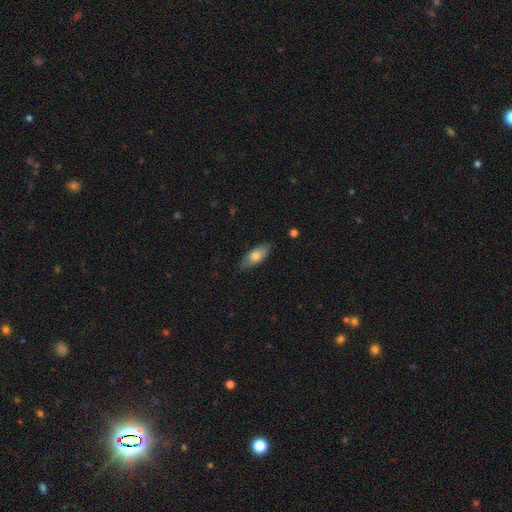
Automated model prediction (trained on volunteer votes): This appears to be a smooth galaxy with no disk features (71%) that is in between round and cigar-shaped (80%). Merging: none (82%).